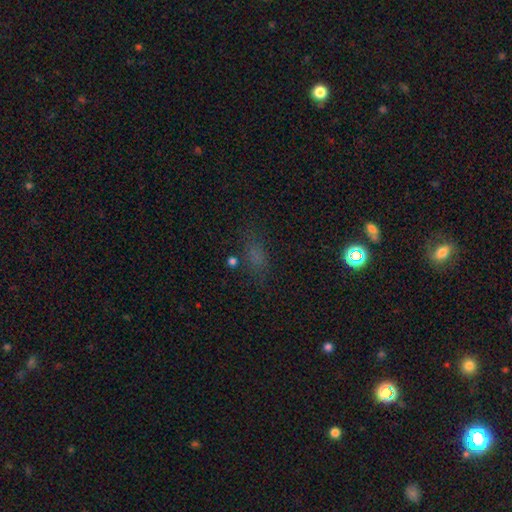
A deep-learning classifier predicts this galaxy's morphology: A smooth galaxy with no disk features (61%) that is in between round and cigar-shaped (66%). Merging: none (67%).